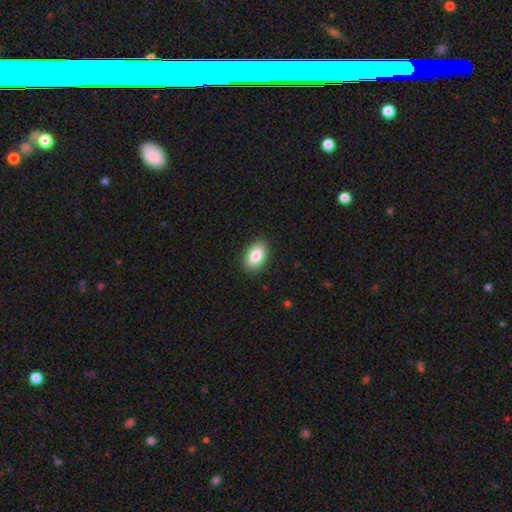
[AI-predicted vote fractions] Smooth or featured? smooth (85%)
How rounded? in between (92%)
Merging? none (89%)